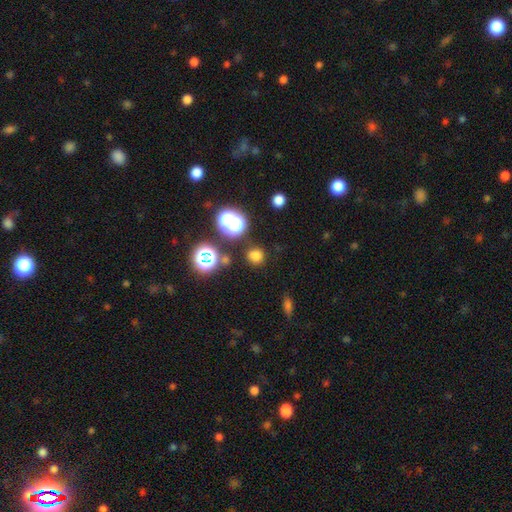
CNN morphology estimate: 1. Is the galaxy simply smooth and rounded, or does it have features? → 69% smooth, 24% star or artifact, 7% featured or disk.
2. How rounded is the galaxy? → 86% round, 13% in between, 1% cigar-shaped.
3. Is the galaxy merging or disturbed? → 80% none, 11% minor disturbance, 6% merger, 4% major disturbance.